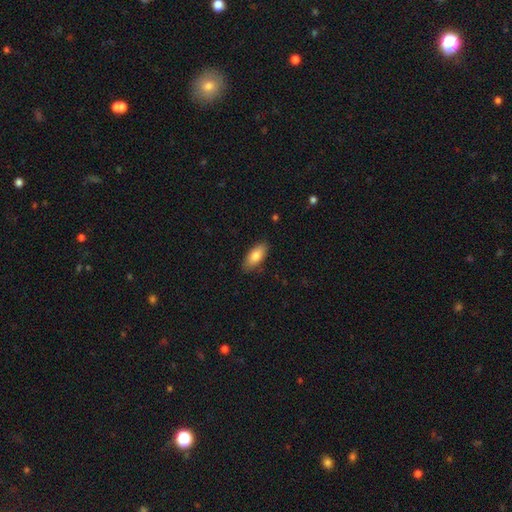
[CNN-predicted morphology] smooth 81%, featured or disk 13%, star or artifact 6%. Down the decision tree: how rounded — in between (86%); merging — none (85%).